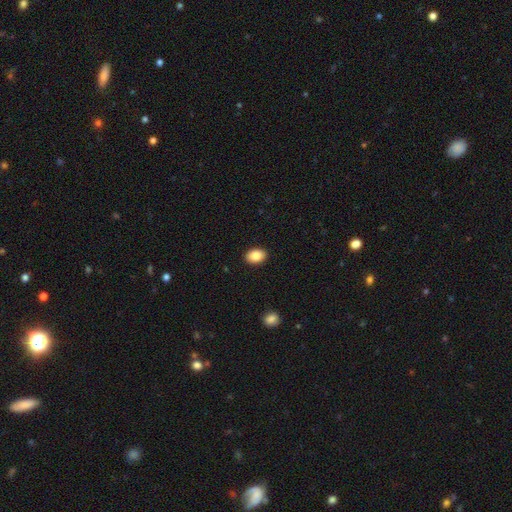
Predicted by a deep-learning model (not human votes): A smooth galaxy with no disk features (86%) that is in between round and cigar-shaped (80%). Merging: none (91%).